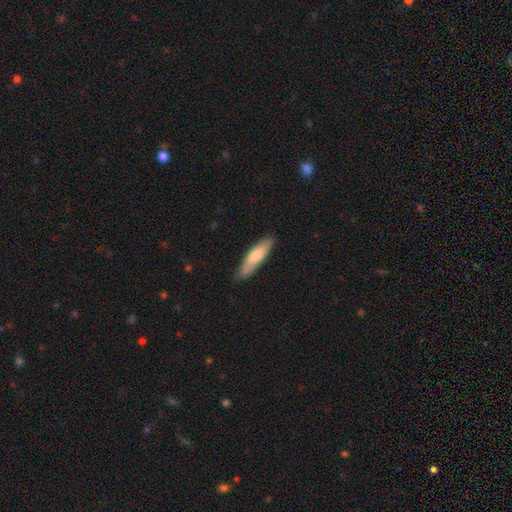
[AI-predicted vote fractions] smooth-or-featured: smooth: 73% | featured or disk: 22% | star or artifact: 5%
  how-rounded: cigar-shaped: 67% | in between: 32% | round: 1%
  merging: none: 82% | minor disturbance: 15% | major disturbance: 2% | merger: 1%